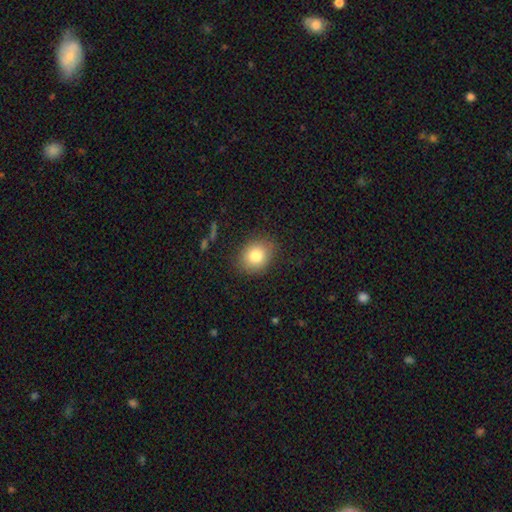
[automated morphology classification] Smooth or featured? Predicted: smooth (p=0.81). How rounded? Predicted: round (p=0.60). Merging? Predicted: none (p=0.84).